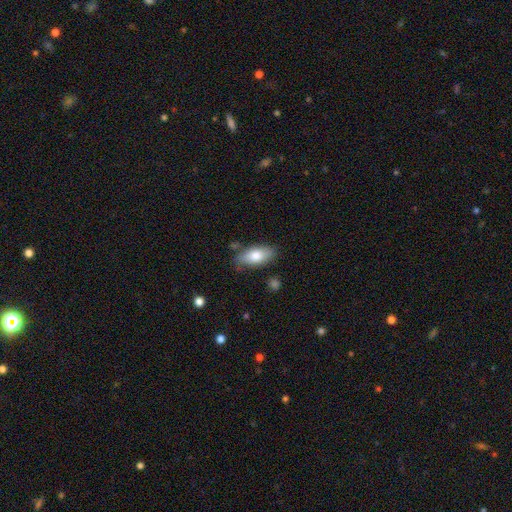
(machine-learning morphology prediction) Q: Smooth or featured?
A: smooth (77%); runner-up: featured or disk (16%)
Q: How rounded?
A: in between (87%); runner-up: cigar-shaped (10%)
Q: Merging?
A: none (79%); runner-up: minor disturbance (15%)